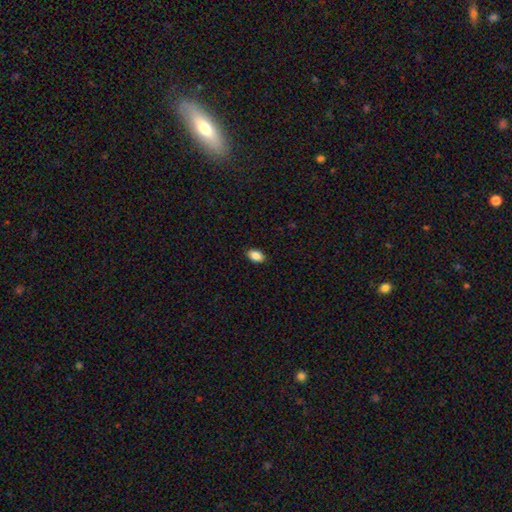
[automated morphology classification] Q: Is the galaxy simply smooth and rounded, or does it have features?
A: smooth — 88%.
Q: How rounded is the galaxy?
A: in between — 91%.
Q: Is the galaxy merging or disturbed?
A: none — 88%.